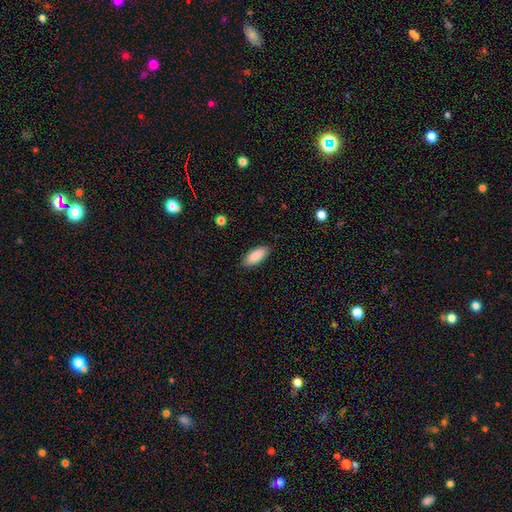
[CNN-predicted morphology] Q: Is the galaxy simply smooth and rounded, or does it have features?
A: smooth — 89%.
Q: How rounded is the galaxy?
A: in between — 84%.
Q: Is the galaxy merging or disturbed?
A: none — 86%.